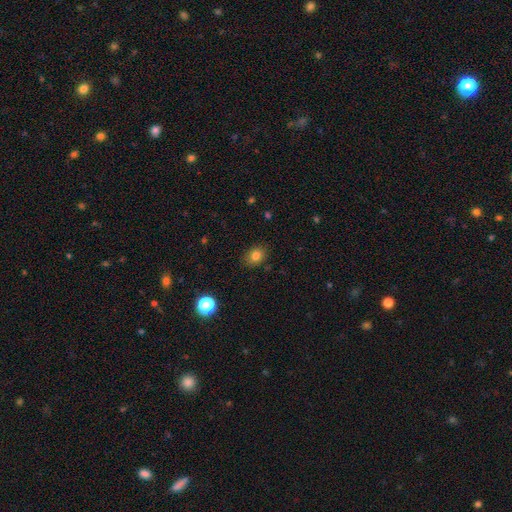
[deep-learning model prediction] Overall: smooth (81%). How rounded: in between (54%; round 45%). Merging: none (84%).